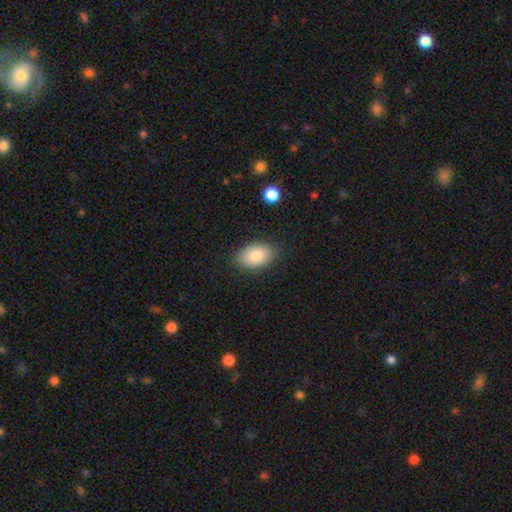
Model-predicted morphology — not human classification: Smooth or featured: smooth — 85% (featured or disk — 9%)
How rounded: in between — 89% (round — 10%)
Merging: none — 83% (minor disturbance — 13%)